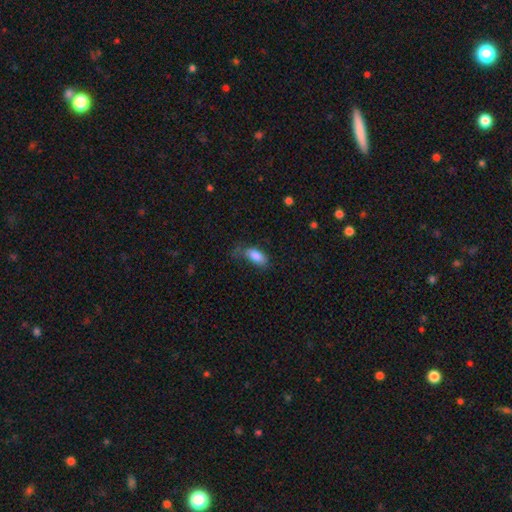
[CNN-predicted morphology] Smooth or featured?
  - smooth: 85% *
  - star or artifact: 8%
  - featured or disk: 7%
How rounded?
  - in between: 89% *
  - cigar-shaped: 8%
  - round: 3%
Merging?
  - none: 47% *
  - minor disturbance: 31%
  - major disturbance: 20%
  - merger: 3%